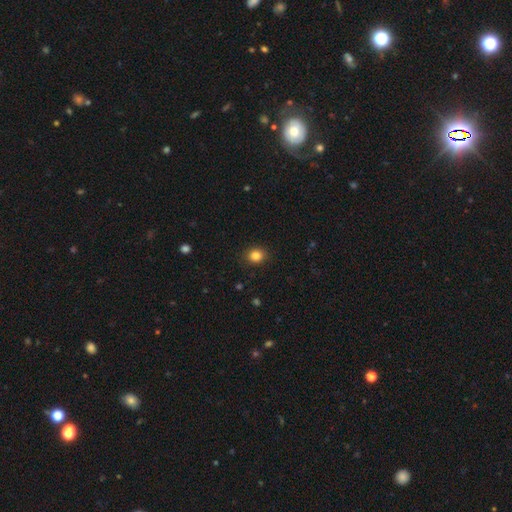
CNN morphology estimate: Smooth or featured?
  - smooth: 84% *
  - star or artifact: 11%
  - featured or disk: 5%
How rounded?
  - round: 69% *
  - in between: 30%
  - cigar-shaped: 1%
Merging?
  - none: 90% *
  - minor disturbance: 7%
  - major disturbance: 2%
  - merger: 1%